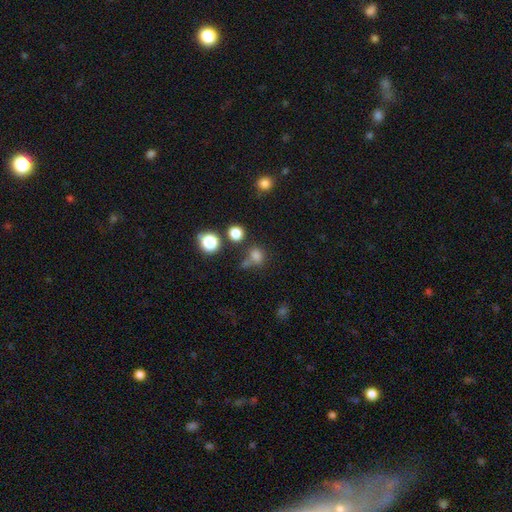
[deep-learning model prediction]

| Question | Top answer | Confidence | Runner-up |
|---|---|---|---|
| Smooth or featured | smooth | 74% | star or artifact (19%) |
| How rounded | round | 72% | in between (26%) |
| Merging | none | 59% | merger (20%) |